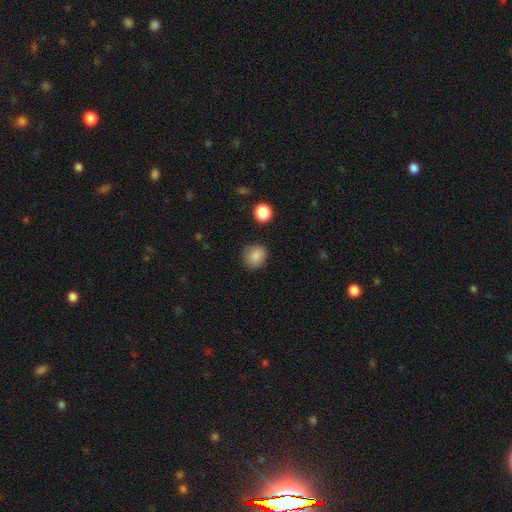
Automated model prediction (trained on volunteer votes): A smooth galaxy with no disk features (86%) that is round (80%). Merging: none (84%).